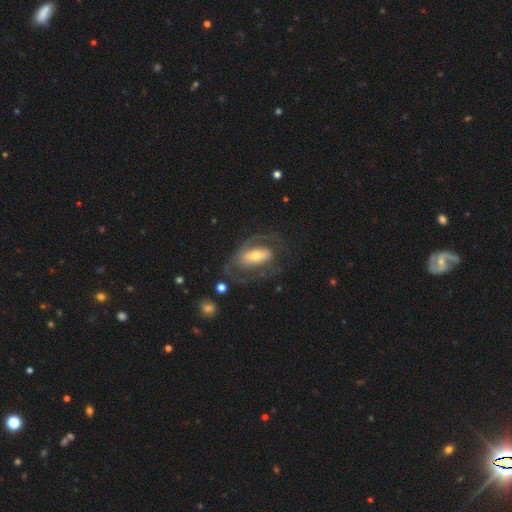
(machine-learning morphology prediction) The model was most divided on "bar": strong: 38%, no: 34%, weak: 29%. More confident: edge-on disk — no (93%); smooth or featured — featured or disk (70%); spiral arms — yes (65%); merging — none (57%); bulge size — moderate (52%).